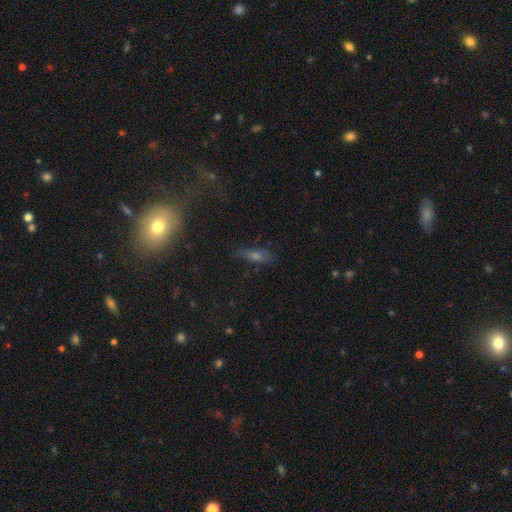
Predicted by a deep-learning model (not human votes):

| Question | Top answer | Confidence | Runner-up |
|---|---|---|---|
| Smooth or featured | smooth | 44% | featured or disk (33%) |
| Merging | none | 74% | minor disturbance (17%) |